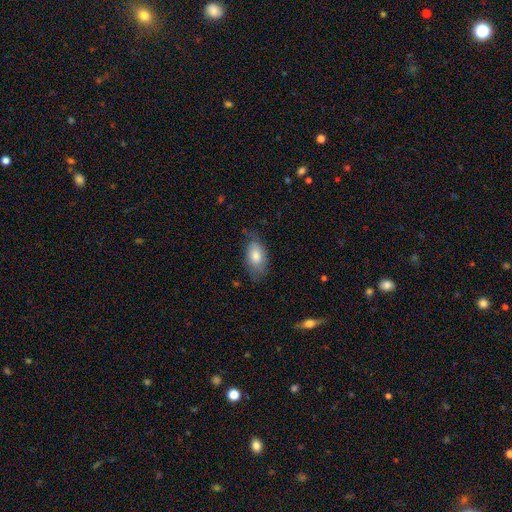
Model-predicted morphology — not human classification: A smooth galaxy with no disk features (75%) that is in between round and cigar-shaped (92%). Merging: none (65%).